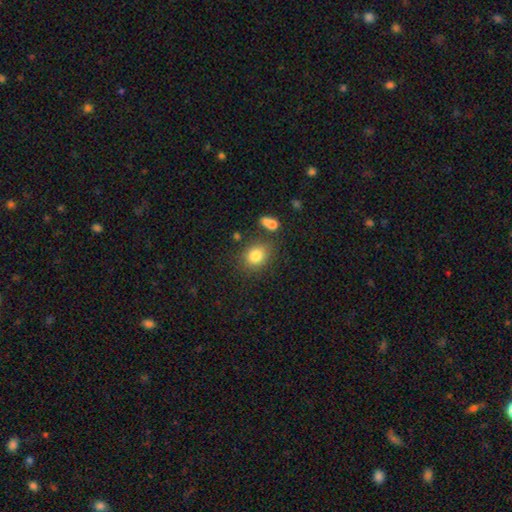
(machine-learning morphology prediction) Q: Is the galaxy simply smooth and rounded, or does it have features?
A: smooth — 82%.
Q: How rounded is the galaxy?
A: round — 55%.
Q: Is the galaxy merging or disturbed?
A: none — 73%.